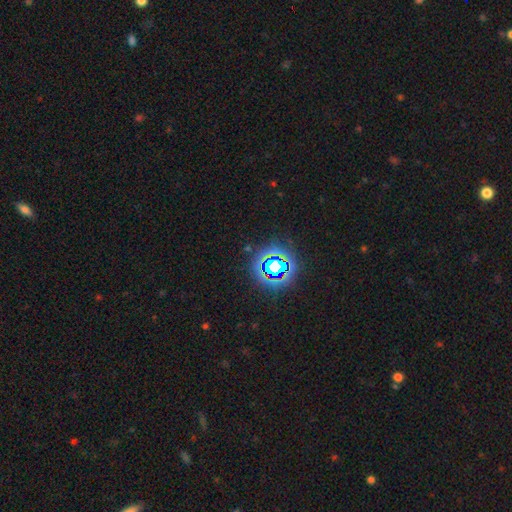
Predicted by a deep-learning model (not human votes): Smooth or featured?
  - star or artifact: 82% *
  - smooth: 12%
  - featured or disk: 6%